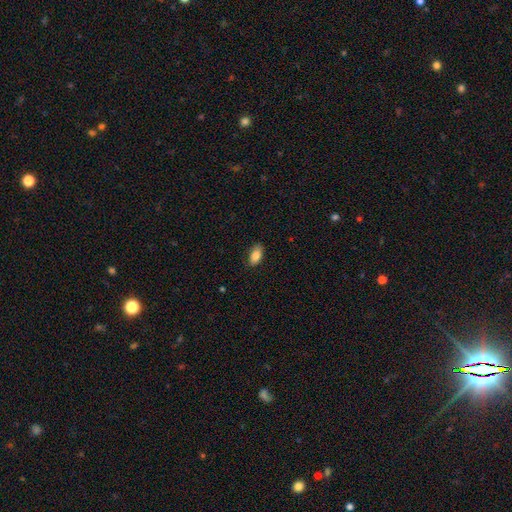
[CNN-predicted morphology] A smooth galaxy with no disk features (85%) that is in between round and cigar-shaped (92%).

Vote fractions:
- Smooth or featured? smooth: 85% / featured or disk: 8% / star or artifact: 7%
- How rounded? in between: 92% / cigar-shaped: 4% / round: 4%
- Merging? none: 83% / minor disturbance: 13% / major disturbance: 3% / merger: 1%